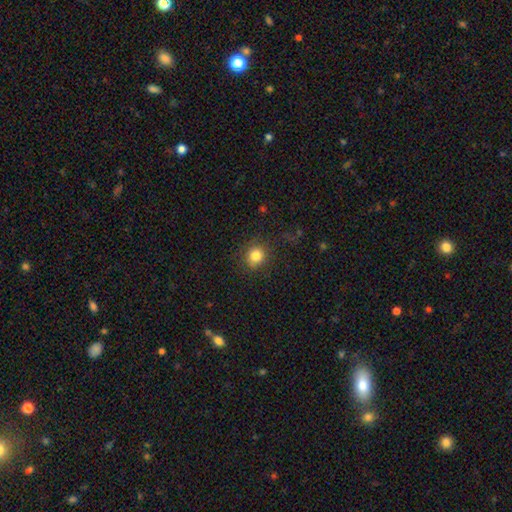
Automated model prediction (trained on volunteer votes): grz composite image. It shows a smooth galaxy with no disk features (83%) that is round (83%). Merging: none (86%).